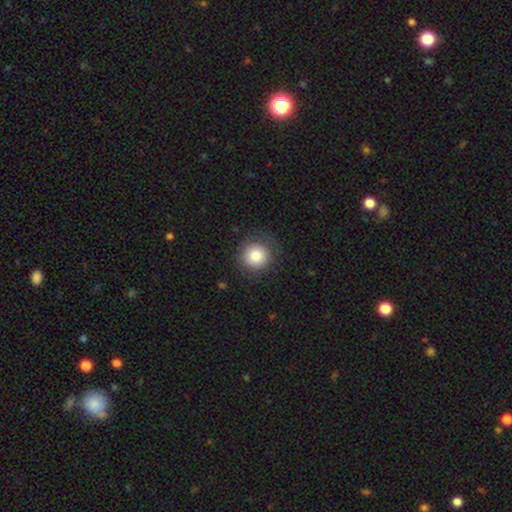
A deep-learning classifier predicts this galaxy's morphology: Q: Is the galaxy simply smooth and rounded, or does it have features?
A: smooth — 81%.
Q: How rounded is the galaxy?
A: round — 93%.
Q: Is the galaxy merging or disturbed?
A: none — 82%.